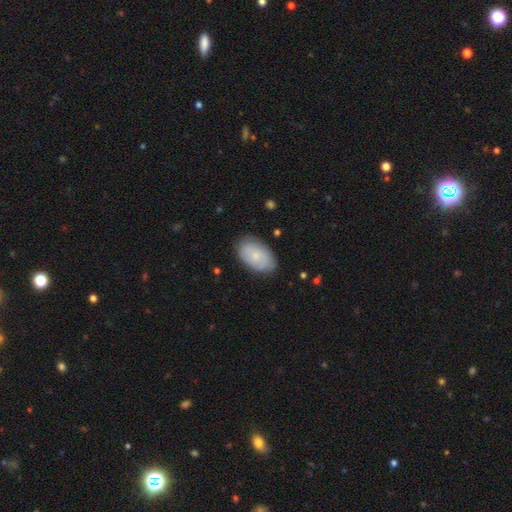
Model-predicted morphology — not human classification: This appears to be a smooth galaxy with no disk features (66%) that is in between round and cigar-shaped (93%). Merging: none (80%).